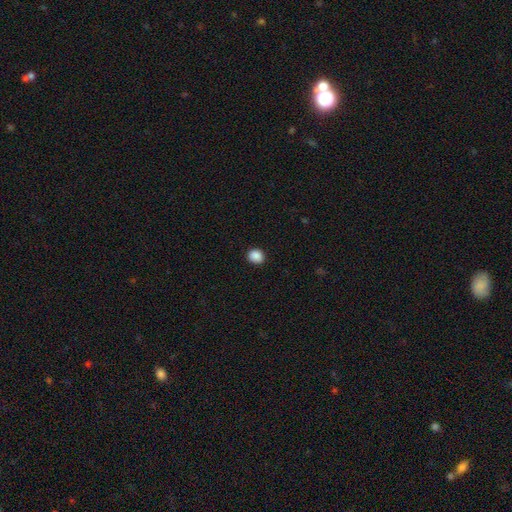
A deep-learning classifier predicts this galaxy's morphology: Overall: smooth (89%). How rounded: round (73%). Merging: none (91%).